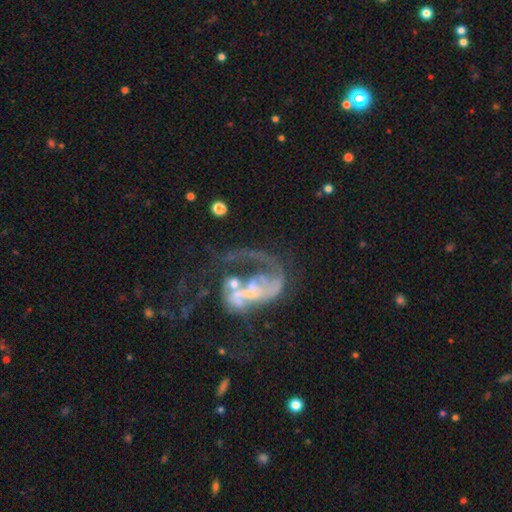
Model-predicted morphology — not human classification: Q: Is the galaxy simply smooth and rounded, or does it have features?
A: featured or disk — 76%.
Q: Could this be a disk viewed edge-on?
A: no — 97%.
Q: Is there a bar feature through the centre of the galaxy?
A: no — 63%.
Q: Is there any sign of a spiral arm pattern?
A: yes — 70%.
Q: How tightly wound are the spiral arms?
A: loose — 48%.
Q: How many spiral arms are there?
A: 1 — 67%.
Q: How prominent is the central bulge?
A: none — 39%.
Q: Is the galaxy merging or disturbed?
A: major disturbance — 44%.